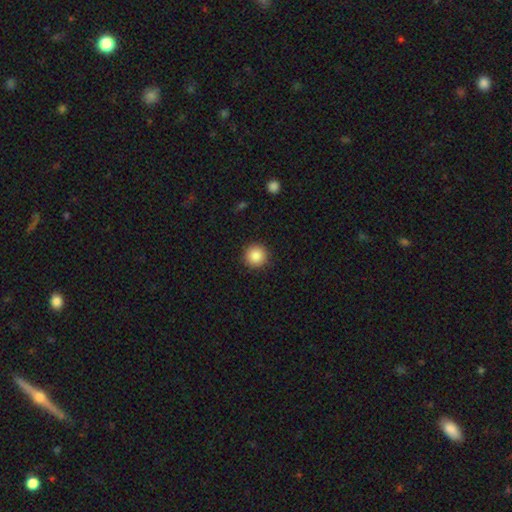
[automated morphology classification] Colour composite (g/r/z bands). It shows a smooth galaxy with no disk features (87%) that is round (95%). Merging: none (92%).